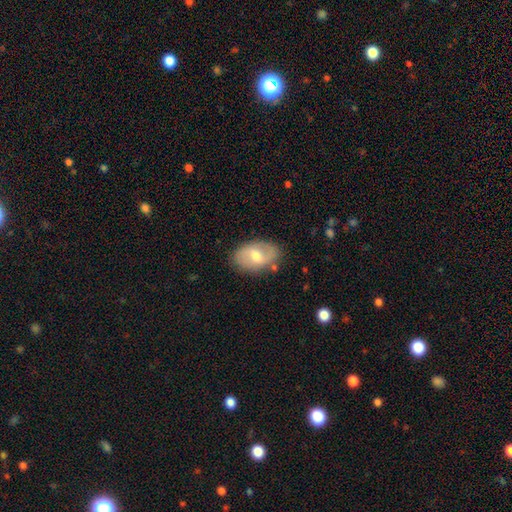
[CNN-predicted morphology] Smooth or featured: featured or disk — 52% (smooth — 42%)
Edge-on disk: no — 94% (yes — 6%)
Merging: none — 80% (minor disturbance — 15%)